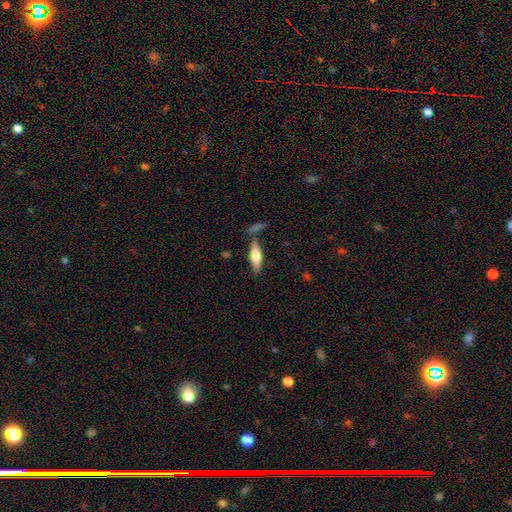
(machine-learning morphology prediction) Smooth or featured: smooth — 49% (featured or disk — 45%)
Merging: none — 75% (minor disturbance — 13%)